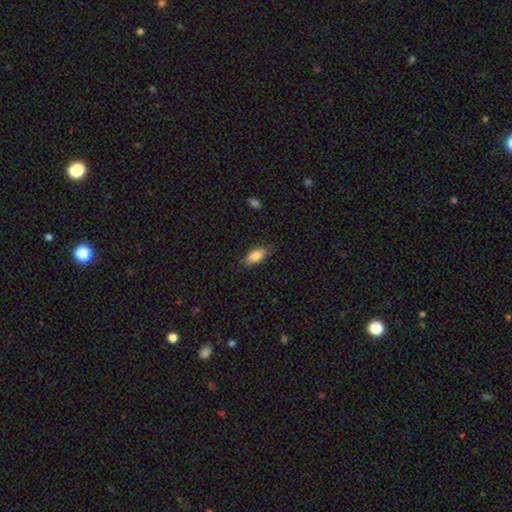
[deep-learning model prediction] This appears to be a smooth galaxy with no disk features (85%) that is in between round and cigar-shaped (87%). Merging: none (78%).